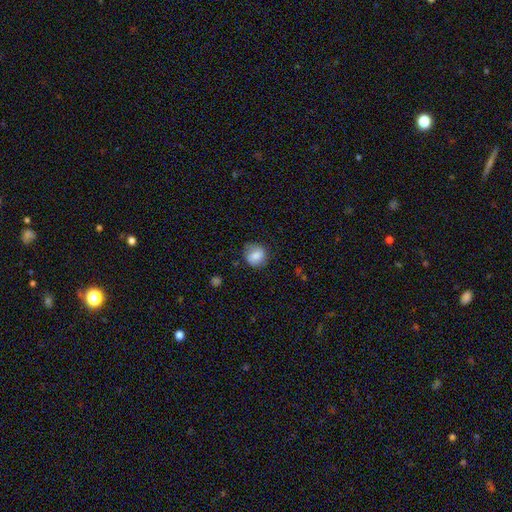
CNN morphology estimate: type=smooth (79%); roundness=round (82%); merging=none (71%).